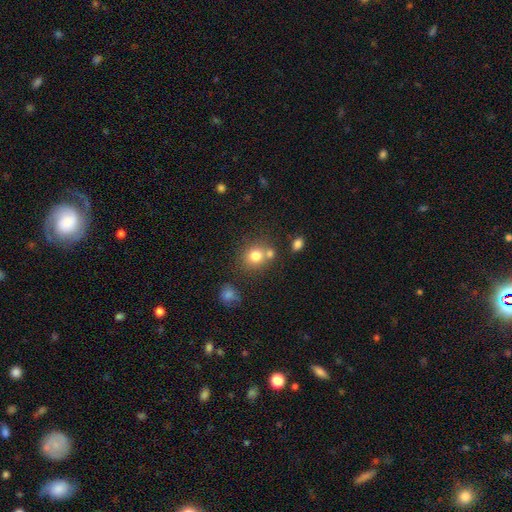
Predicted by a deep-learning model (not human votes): A smooth galaxy with no disk features (78%) that is round (82%).

Vote fractions:
- Smooth or featured? smooth: 78% / star or artifact: 13% / featured or disk: 10%
- How rounded? round: 82% / in between: 17% / cigar-shaped: 1%
- Merging? none: 60% / merger: 26% / minor disturbance: 10% / major disturbance: 4%